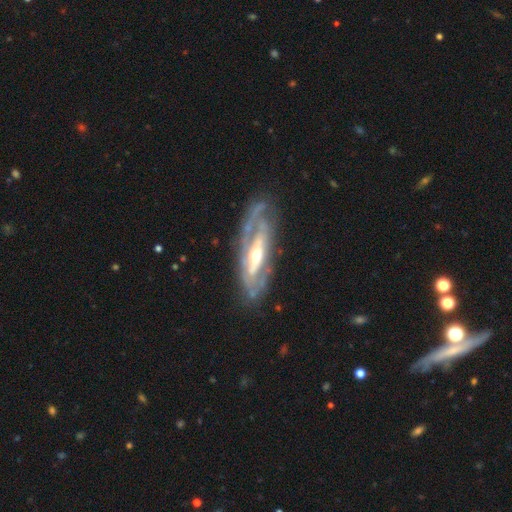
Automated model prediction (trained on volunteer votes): This is clearly a featured or disk galaxy (85%). It is clearly not viewed edge-on (85%). Bar: marginally no (43%). Spiral arm pattern: likely yes (79%). Spiral arm count: possibly 2 (48%). Spiral winding: possibly tight (52%). Central bulge: likely moderate (62%). Merging: likely none (70%).